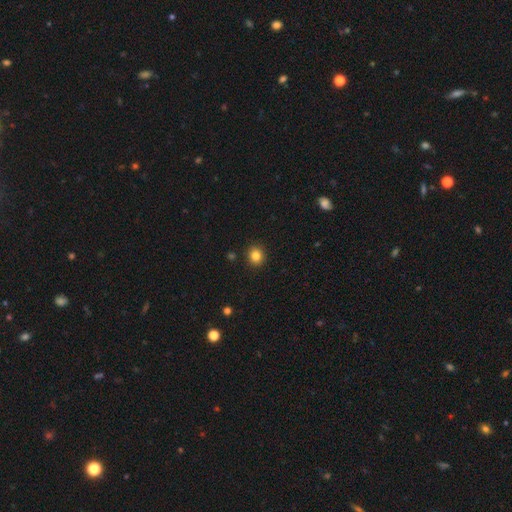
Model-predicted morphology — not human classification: A smooth galaxy with no disk features (83%) that is round (85%). Merging: none (91%).